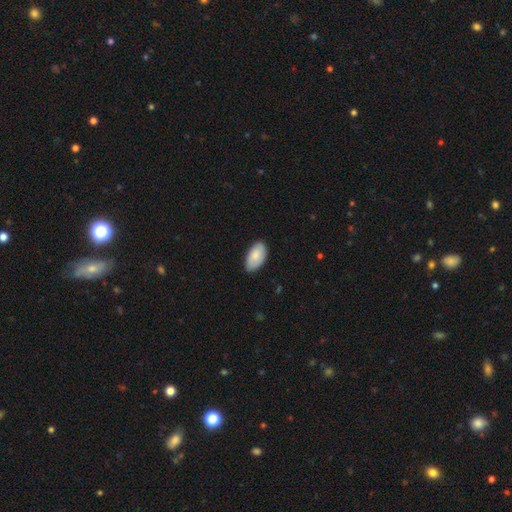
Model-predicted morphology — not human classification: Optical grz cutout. It shows a smooth galaxy with no disk features (82%) that is in between round and cigar-shaped (96%). Merging: none (79%).